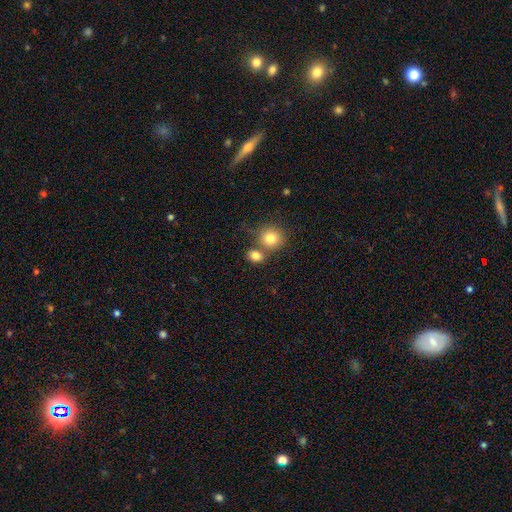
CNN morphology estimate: Smooth or featured: smooth — 81% (star or artifact — 11%)
How rounded: round — 61% (in between — 38%)
Merging: none — 53% (merger — 34%)